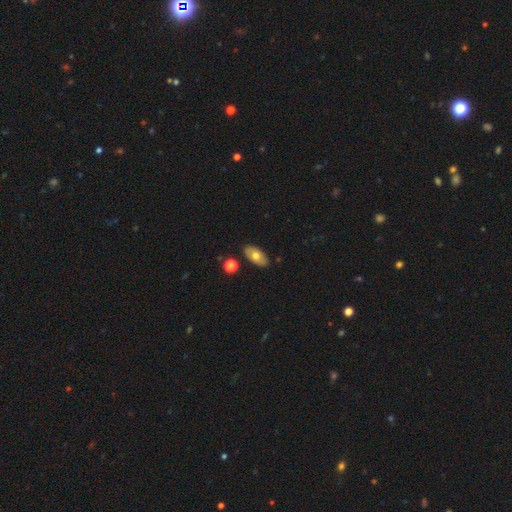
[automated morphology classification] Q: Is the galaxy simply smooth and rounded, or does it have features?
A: smooth — 66%.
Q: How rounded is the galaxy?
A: in between — 92%.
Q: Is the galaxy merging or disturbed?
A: none — 85%.